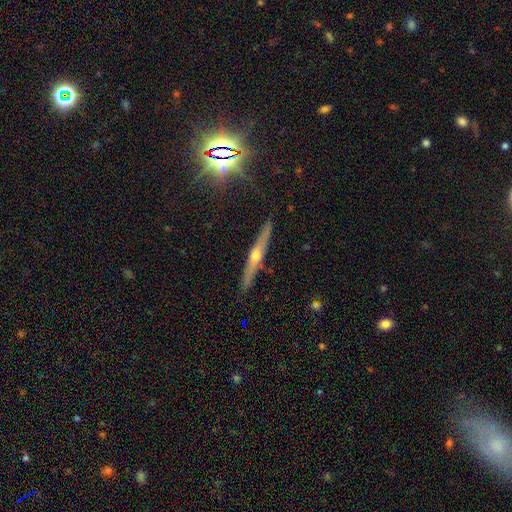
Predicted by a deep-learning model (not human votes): Smooth or featured: featured or disk — 71% (star or artifact — 15%)
Edge-on disk: yes — 97% (no — 3%)
Edge-on bulge: rounded — 92% (none — 5%)
Merging: none — 89% (minor disturbance — 8%)